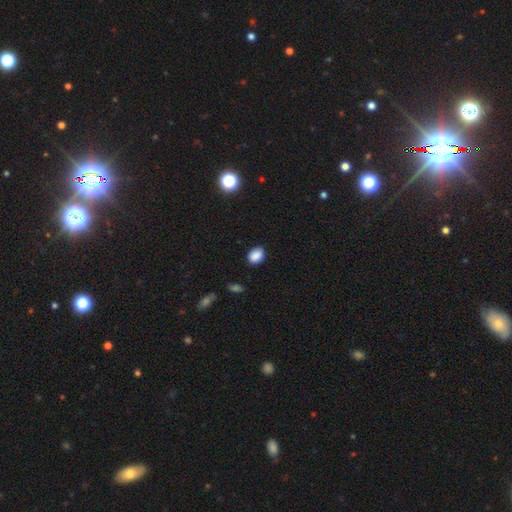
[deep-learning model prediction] The model was most divided on "how rounded": in between: 61%, round: 38%, cigar-shaped: 1%. More confident: smooth or featured — smooth (87%); merging — none (85%).